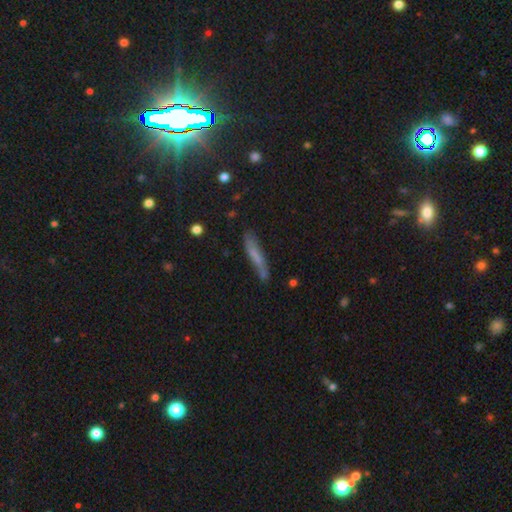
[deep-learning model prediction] Smooth or featured? Predicted: smooth (p=0.58). How rounded? Predicted: cigar-shaped (p=0.90). Merging? Predicted: none (p=0.67).